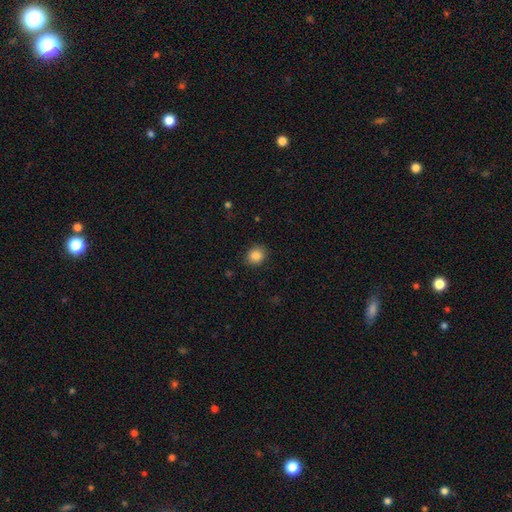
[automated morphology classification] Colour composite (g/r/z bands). It shows a smooth galaxy with no disk features (86%) that is round (75%). Merging: none (88%).